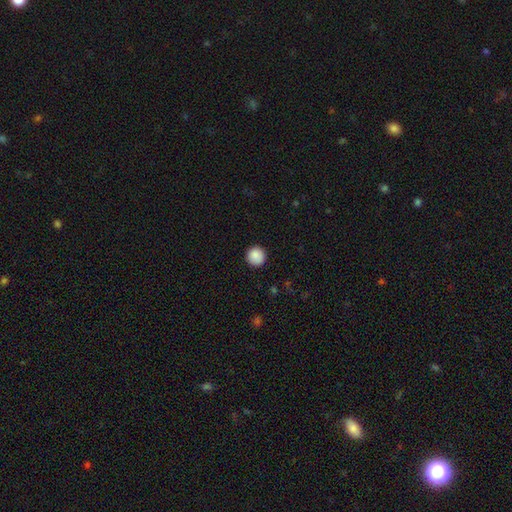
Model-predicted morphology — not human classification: Smooth or featured: smooth — 89% (star or artifact — 8%)
How rounded: round — 95% (in between — 4%)
Merging: none — 92% (minor disturbance — 6%)